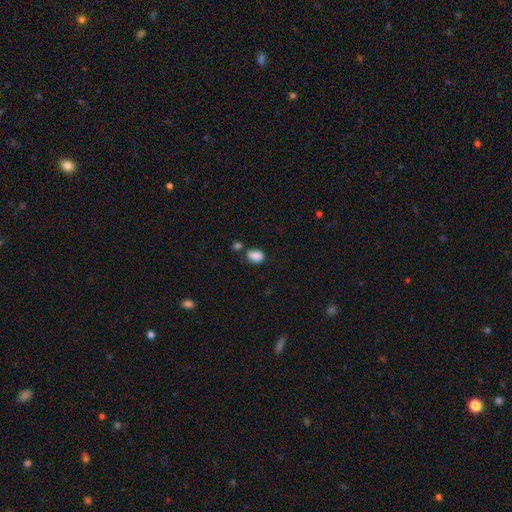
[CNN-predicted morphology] smooth 84%, star or artifact 10%, featured or disk 6%. Down the decision tree: how rounded — in between (73%); merging — none (51%).